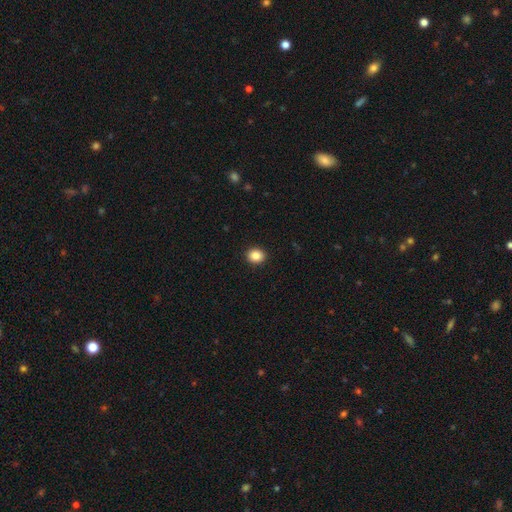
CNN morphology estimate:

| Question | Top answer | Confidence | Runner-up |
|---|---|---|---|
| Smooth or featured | smooth | 86% | star or artifact (10%) |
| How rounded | round | 76% | in between (23%) |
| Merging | none | 92% | minor disturbance (5%) |